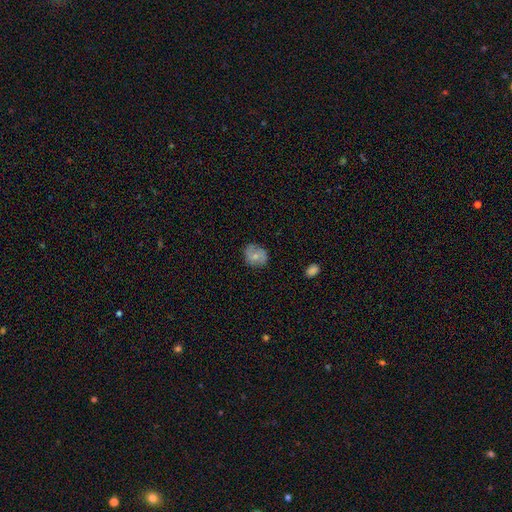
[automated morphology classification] type=smooth (56%); roundness=round (64%); merging=none (76%).